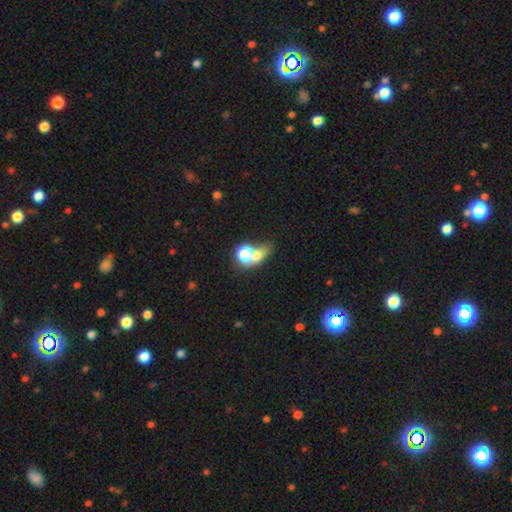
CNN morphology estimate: type=smooth (58%); roundness=round (53%); merging=merger (40%).